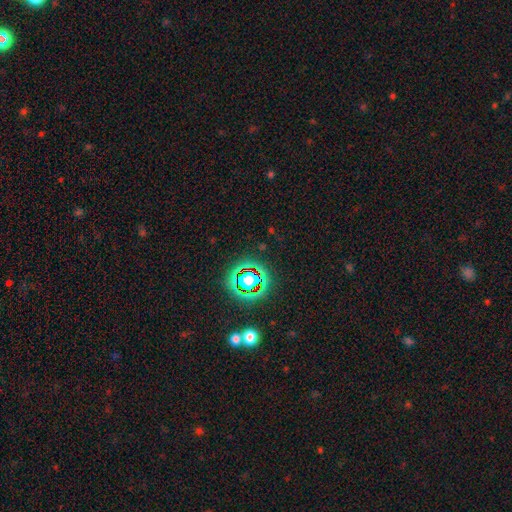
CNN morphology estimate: Smooth or featured?
  - star or artifact: 78% *
  - smooth: 13%
  - featured or disk: 9%